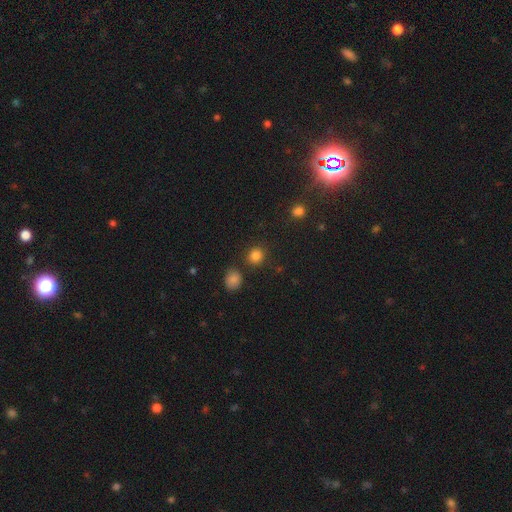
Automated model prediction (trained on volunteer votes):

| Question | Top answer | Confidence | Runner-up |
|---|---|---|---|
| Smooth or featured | smooth | 83% | star or artifact (13%) |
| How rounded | round | 84% | in between (15%) |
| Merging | none | 84% | minor disturbance (8%) |